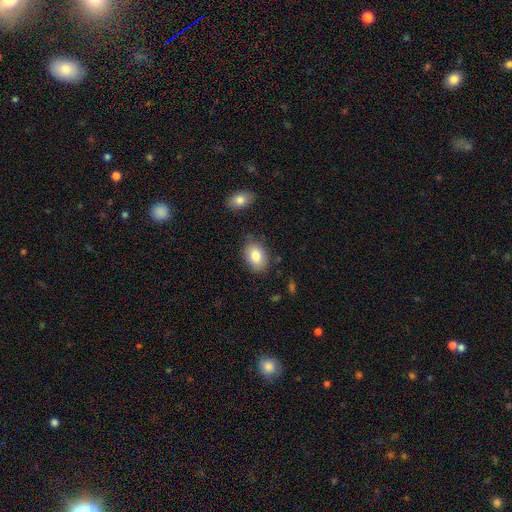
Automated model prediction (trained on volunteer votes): A smooth galaxy with no disk features (82%) that is in between round and cigar-shaped (81%).

Vote fractions:
- Smooth or featured? smooth: 82% / featured or disk: 10% / star or artifact: 7%
- How rounded? in between: 81% / round: 18% / cigar-shaped: 1%
- Merging? none: 81% / minor disturbance: 13% / major disturbance: 3% / merger: 3%